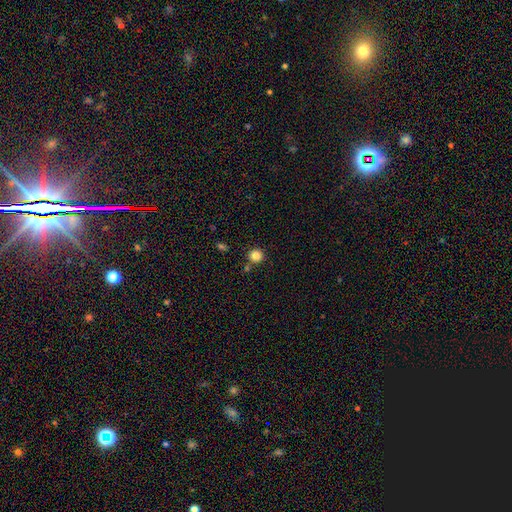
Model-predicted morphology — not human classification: A smooth galaxy with no disk features (84%) that is round (93%).

Vote fractions:
- Smooth or featured? smooth: 84% / star or artifact: 11% / featured or disk: 5%
- How rounded? round: 93% / in between: 6% / cigar-shaped: 1%
- Merging? none: 82% / merger: 8% / minor disturbance: 8% / major disturbance: 2%